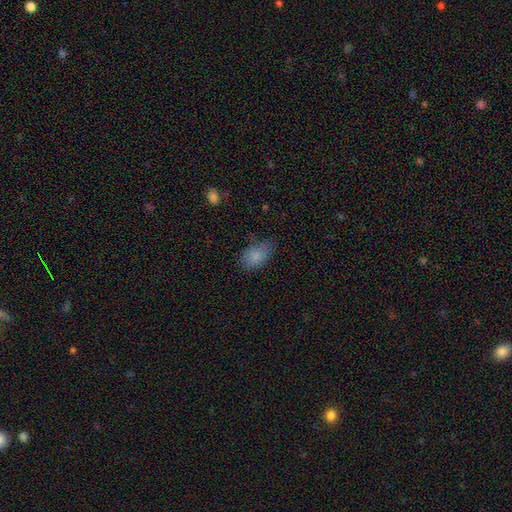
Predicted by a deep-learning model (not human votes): A smooth galaxy with no disk features (84%) that is in between round and cigar-shaped (89%).

Vote fractions:
- Smooth or featured? smooth: 84% / star or artifact: 9% / featured or disk: 7%
- How rounded? in between: 89% / round: 9% / cigar-shaped: 2%
- Merging? none: 59% / minor disturbance: 31% / major disturbance: 8% / merger: 2%